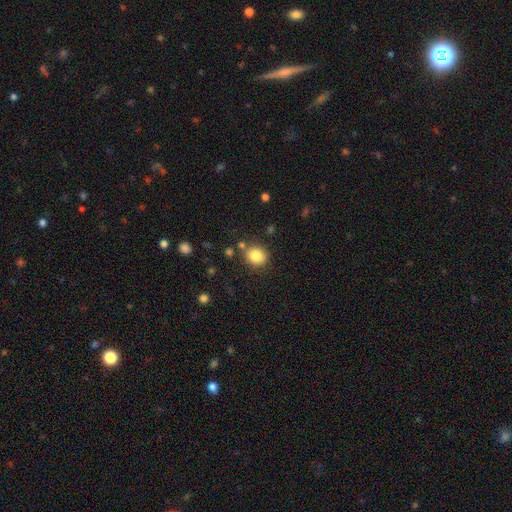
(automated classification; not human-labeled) Smooth or featured: smooth — 84% (star or artifact — 10%)
How rounded: round — 78% (in between — 21%)
Merging: none — 81% (minor disturbance — 10%)